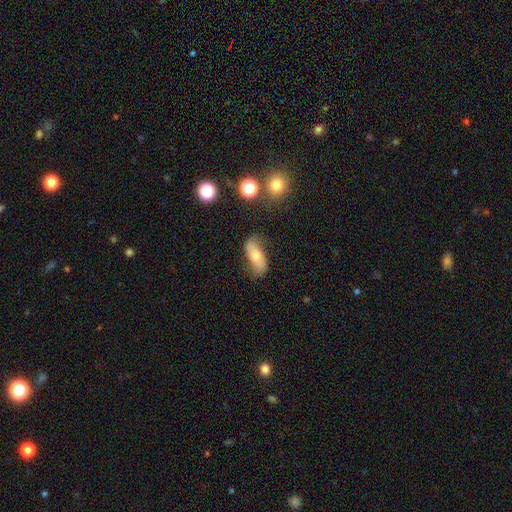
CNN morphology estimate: type=smooth (54%); roundness=in between (76%); merging=none (63%).